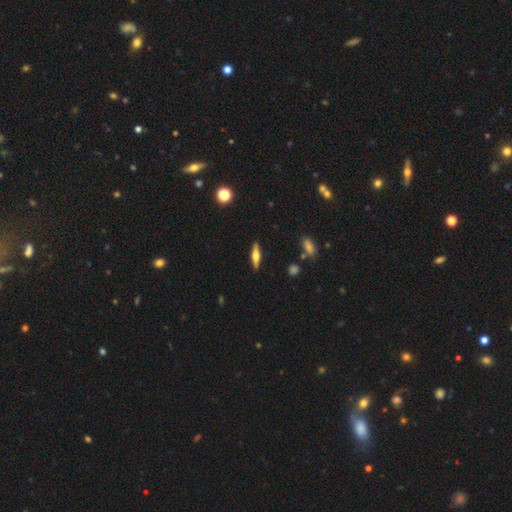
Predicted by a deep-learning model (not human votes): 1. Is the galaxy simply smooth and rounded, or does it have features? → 52% featured or disk, 41% smooth, 7% star or artifact.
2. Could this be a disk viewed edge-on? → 95% yes, 5% no.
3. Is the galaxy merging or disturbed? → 89% none, 8% minor disturbance, 2% major disturbance, 1% merger.